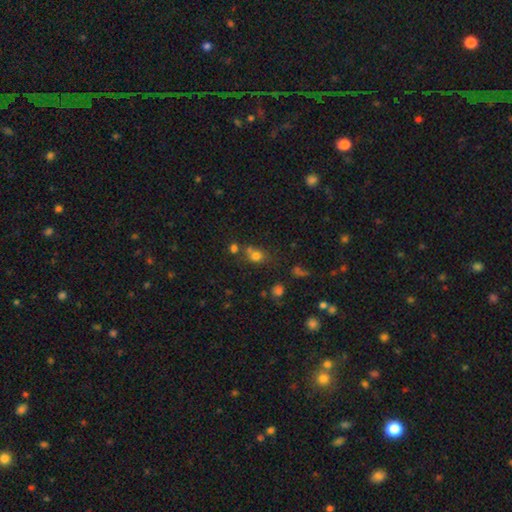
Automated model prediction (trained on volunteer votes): Smooth or featured? smooth (71%)
How rounded? round (63%)
Merging? none (49%)